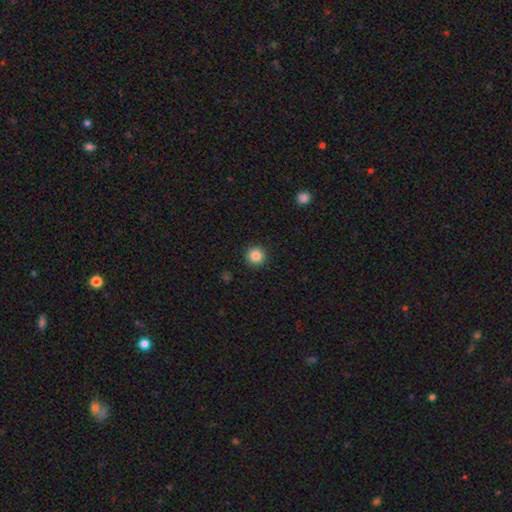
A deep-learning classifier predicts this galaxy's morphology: Q: Smooth or featured?
A: smooth (85%); runner-up: star or artifact (10%)
Q: How rounded?
A: round (95%); runner-up: in between (4%)
Q: Merging?
A: none (93%); runner-up: minor disturbance (5%)